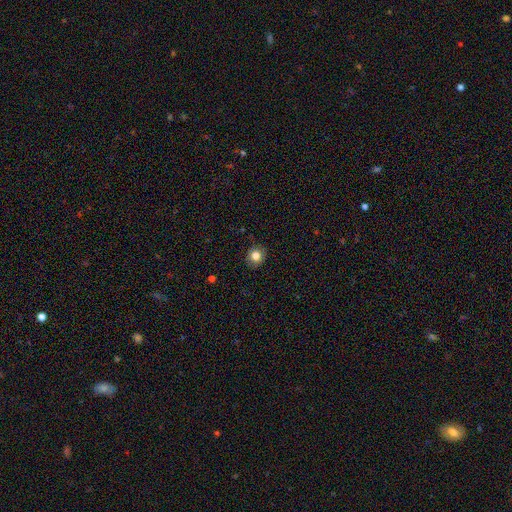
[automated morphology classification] Overall: smooth (82%). How rounded: round (83%). Merging: none (88%).